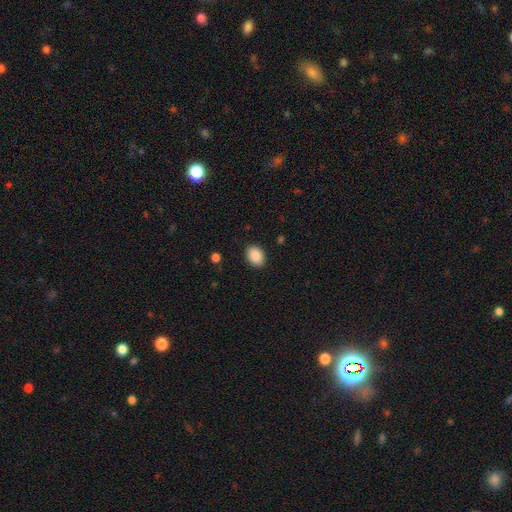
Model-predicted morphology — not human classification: Smooth or featured? smooth (88%)
How rounded? in between (72%)
Merging? none (89%)